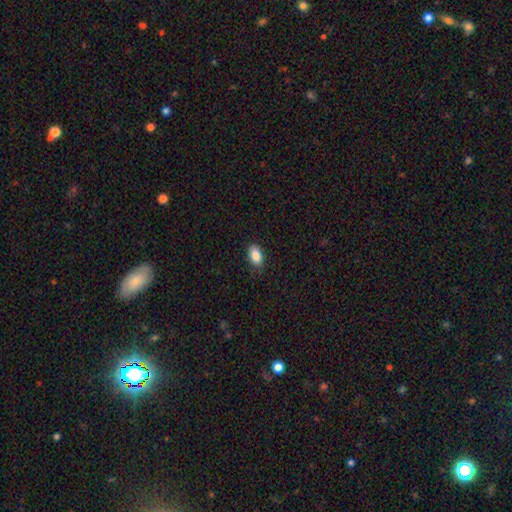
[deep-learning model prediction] smooth-or-featured: smooth: 86% | star or artifact: 8% | featured or disk: 6%
  how-rounded: in between: 91% | round: 7% | cigar-shaped: 2%
  merging: none: 84% | minor disturbance: 13% | major disturbance: 2% | merger: 1%